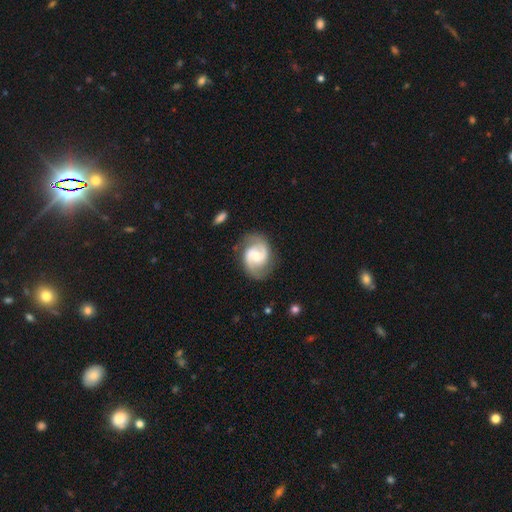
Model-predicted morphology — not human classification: smooth_or_featured: featured or disk (p=0.87) [alt: smooth p=0.09]
disk_edge_on: no (p=0.98) [alt: yes p=0.02]
bar: weak (p=0.47) [alt: no p=0.41]
has_spiral_arms: yes (p=0.97) [alt: no p=0.03]
spiral_winding: medium (p=0.56) [alt: tight p=0.25]
spiral_arm_count: 2 (p=0.92) [alt: can't tell p=0.03]
bulge_size: moderate (p=0.46) [alt: small p=0.39]
merging: none (p=0.80) [alt: minor disturbance p=0.14]